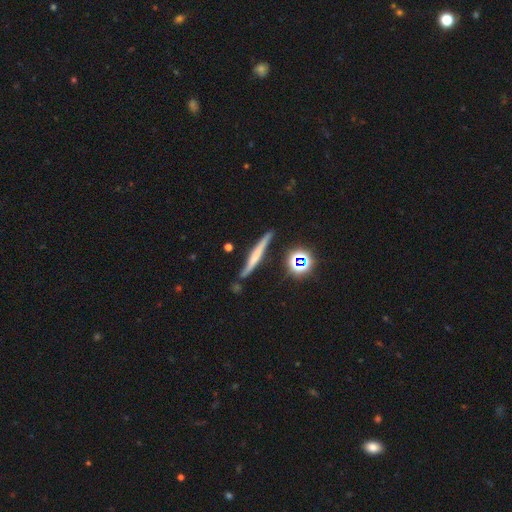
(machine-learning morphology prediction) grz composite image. It shows a featured or disk galaxy (47%). Merging: none (77%).